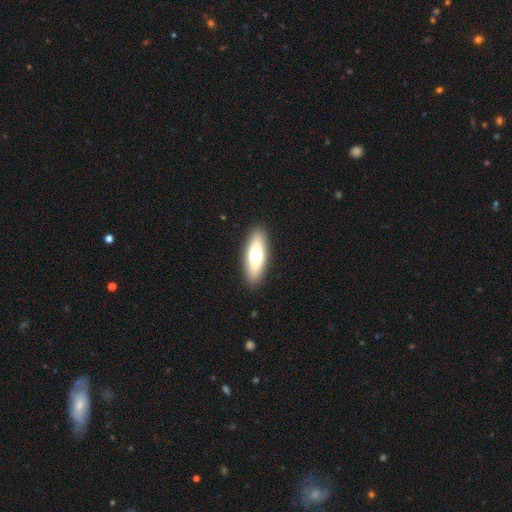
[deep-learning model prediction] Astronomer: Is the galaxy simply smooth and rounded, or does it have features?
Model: smooth — 65%.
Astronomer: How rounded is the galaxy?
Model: in between — 55% (runner-up: cigar-shaped, 42%).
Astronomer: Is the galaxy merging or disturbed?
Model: none — 89%.